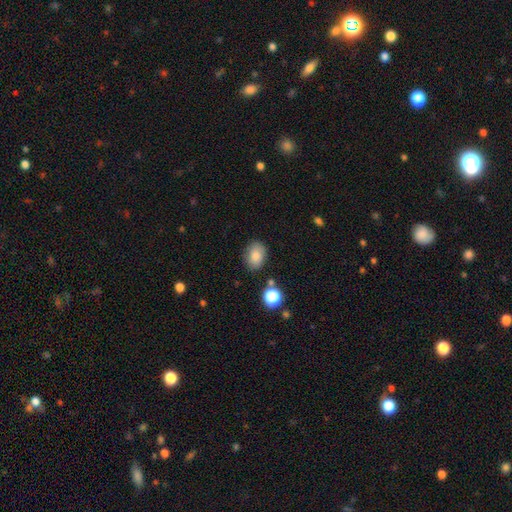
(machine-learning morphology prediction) This is clearly a smooth galaxy (83%). How rounded: likely in between (75%). Merging: likely none (80%).